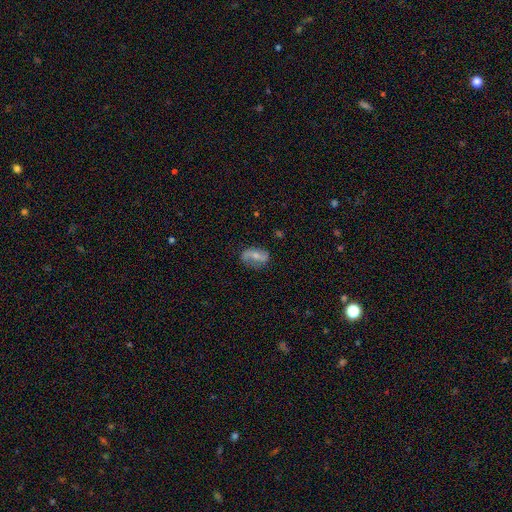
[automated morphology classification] Smooth or featured? Predicted: featured or disk (p=0.67). Edge-on disk? Predicted: no (p=0.96). Bar? Predicted: no (p=0.41). Spiral arms? Predicted: yes (p=0.89). Spiral winding? Predicted: loose (p=0.62). Spiral arm count? Predicted: 2 (p=0.88). Bulge size? Predicted: moderate (p=0.46). Merging? Predicted: none (p=0.72).